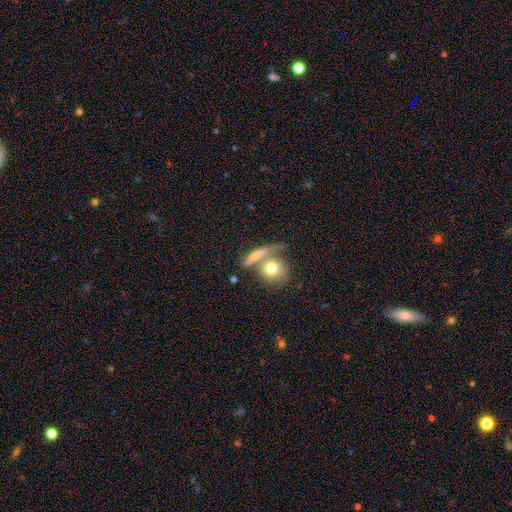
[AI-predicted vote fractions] A smooth galaxy with no disk features (63%) that is cigar-shaped (36%). Merging: none (42%).